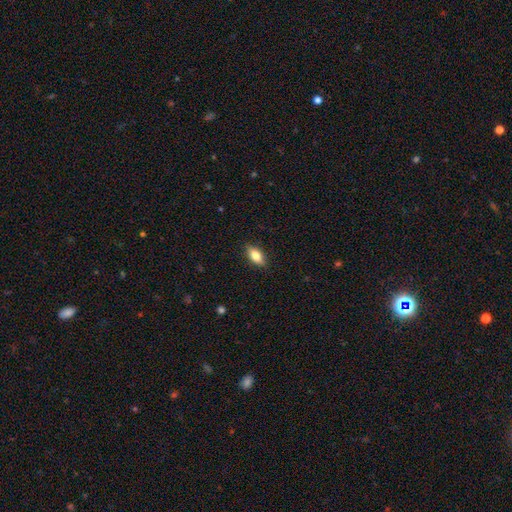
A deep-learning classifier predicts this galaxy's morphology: A smooth galaxy with no disk features (73%) that is in between round and cigar-shaped (83%). Merging: none (87%).